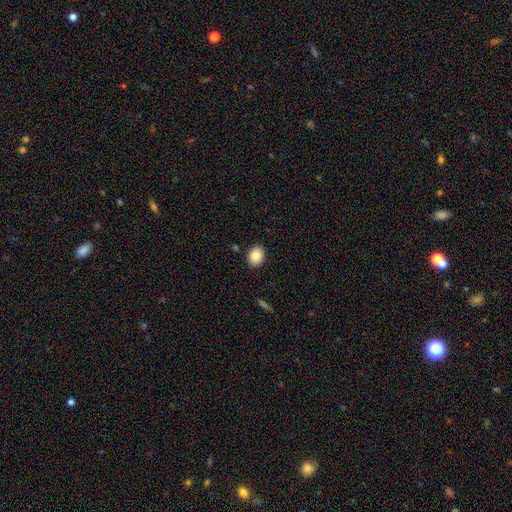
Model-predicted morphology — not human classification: type=smooth (85%); roundness=in between (50%, tied with round); merging=none (89%).